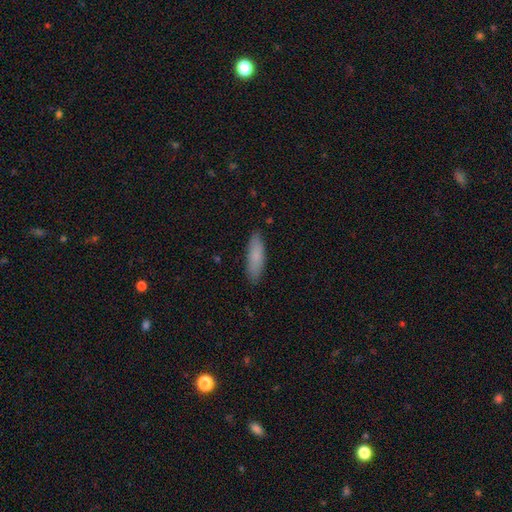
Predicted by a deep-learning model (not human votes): The model was most divided on "how rounded": cigar-shaped: 56%, in between: 42%, round: 2%. More confident: merging — none (87%); smooth or featured — smooth (80%).